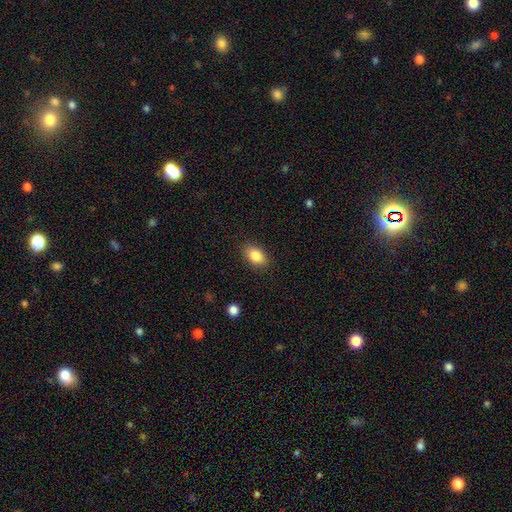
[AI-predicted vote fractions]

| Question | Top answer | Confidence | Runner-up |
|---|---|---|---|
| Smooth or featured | smooth | 86% | star or artifact (8%) |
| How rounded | in between | 88% | round (11%) |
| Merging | none | 87% | minor disturbance (9%) |